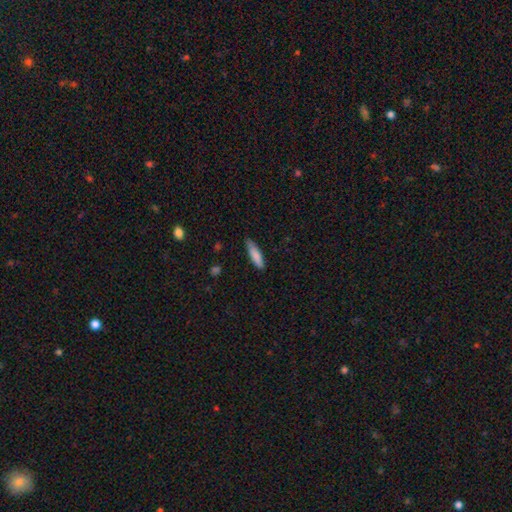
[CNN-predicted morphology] smooth 83%, featured or disk 11%, star or artifact 6%. Down the decision tree: how rounded — cigar-shaped (72%); merging — none (81%).